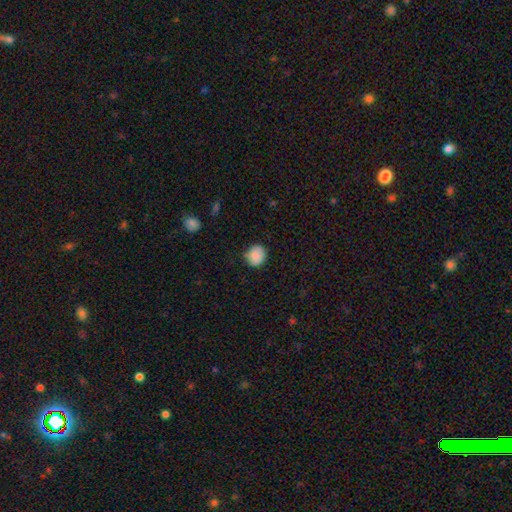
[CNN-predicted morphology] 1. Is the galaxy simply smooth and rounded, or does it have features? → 87% smooth, 8% star or artifact, 5% featured or disk.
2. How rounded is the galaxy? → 74% round, 25% in between, 1% cigar-shaped.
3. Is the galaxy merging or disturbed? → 77% none, 19% minor disturbance, 3% major disturbance, 1% merger.